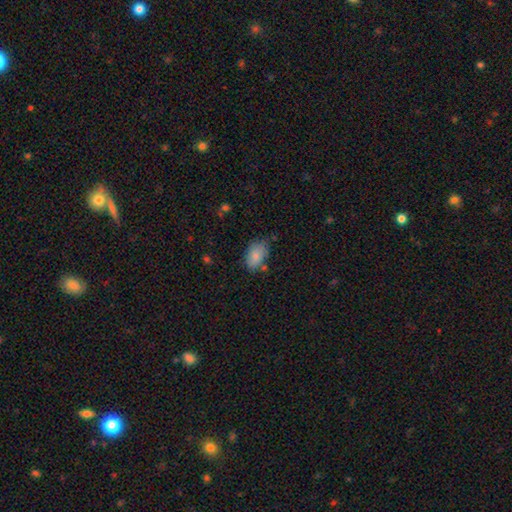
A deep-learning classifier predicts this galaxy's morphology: Smooth or featured? smooth (84%)
How rounded? in between (90%)
Merging? none (68%)